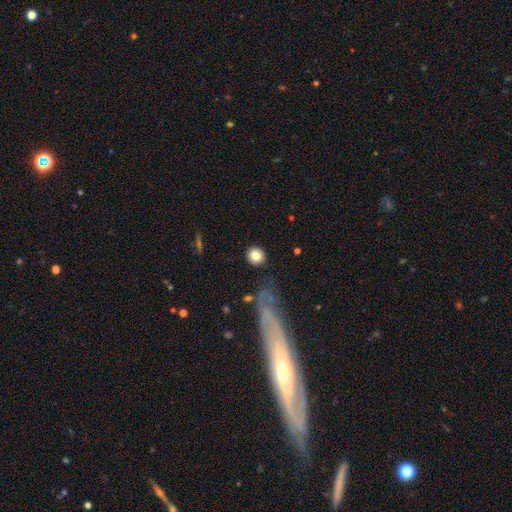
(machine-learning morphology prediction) Smooth or featured: smooth — 82% (star or artifact — 9%)
How rounded: round — 89% (in between — 9%)
Merging: none — 87% (minor disturbance — 7%)